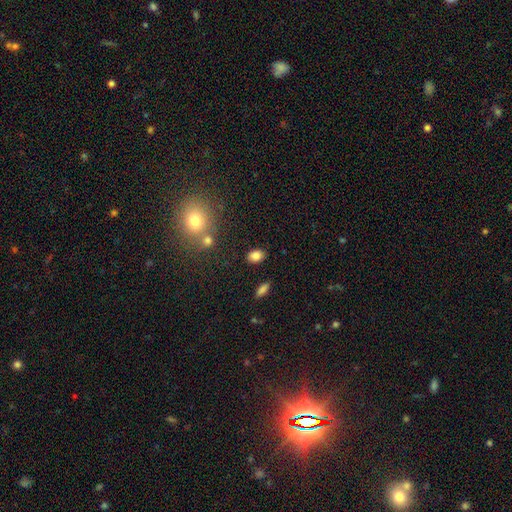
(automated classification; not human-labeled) This is clearly a smooth galaxy (84%). How rounded: likely in between (79%). Merging: clearly none (83%).